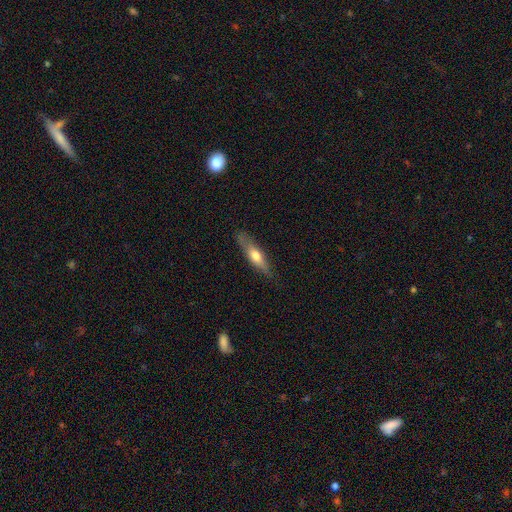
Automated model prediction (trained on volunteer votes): smooth 52%, featured or disk 42%, star or artifact 6%. Down the decision tree: how rounded — cigar-shaped (71%); merging — none (79%).